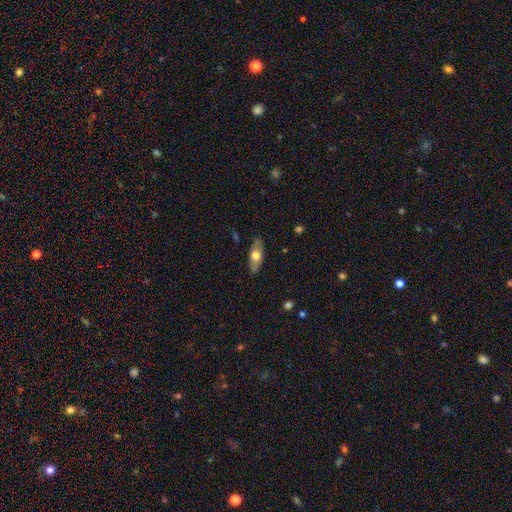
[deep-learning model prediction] Morphology: type=smooth (59%); roundness=in between (79%); merging=none (81%).